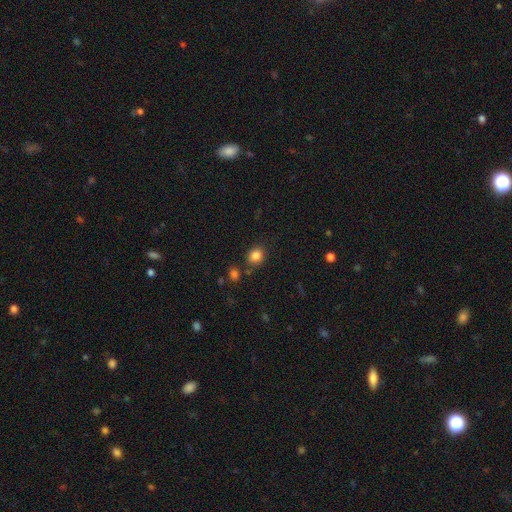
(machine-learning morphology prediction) Overall: smooth (84%). How rounded: round (64%; in between 35%). Merging: none (81%).